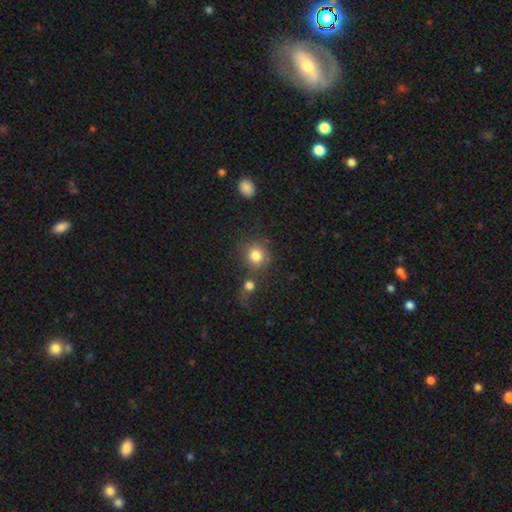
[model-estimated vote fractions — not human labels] This appears to be a smooth galaxy with no disk features (81%) that is round (85%). Merging: none (62%).